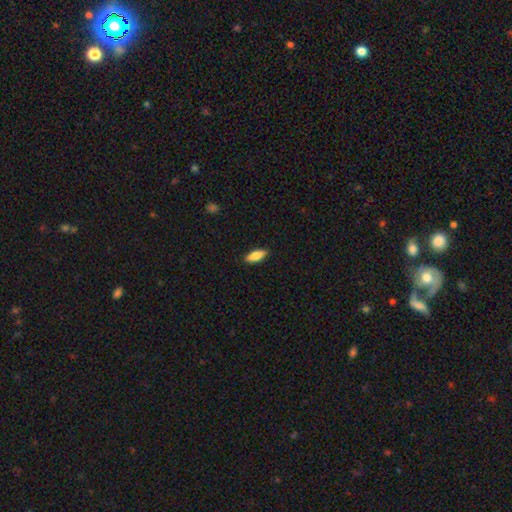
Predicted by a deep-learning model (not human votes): A smooth galaxy with no disk features (83%) that is in between round and cigar-shaped (68%). Merging: none (89%).